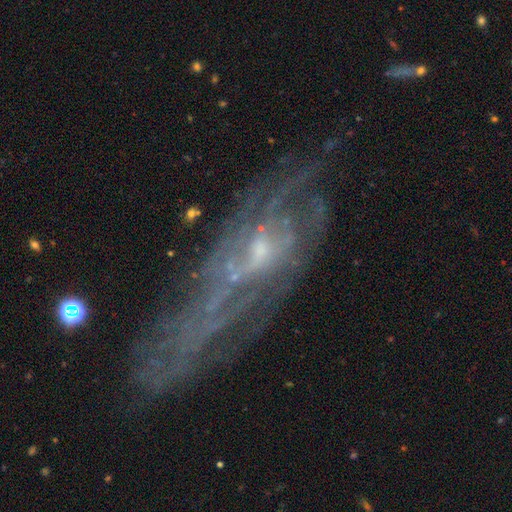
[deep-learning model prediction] Smooth or featured? Predicted: featured or disk (p=0.77). Edge-on disk? Predicted: no (p=0.79). Bar? Predicted: no (p=0.58). Spiral arms? Predicted: yes (p=0.77). Bulge size? Predicted: small (p=0.66). Merging? Predicted: none (p=0.59).